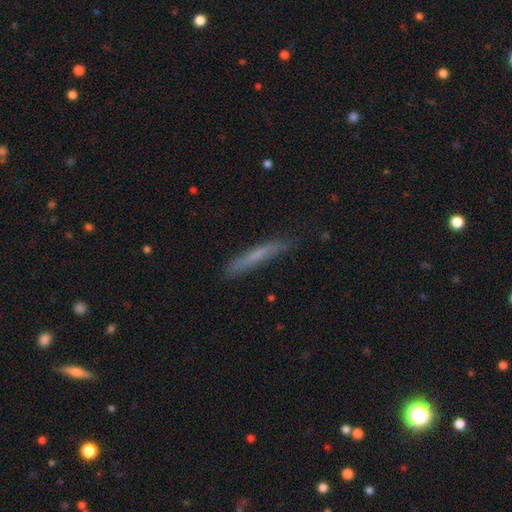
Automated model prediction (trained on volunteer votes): This appears to be a smooth galaxy with no disk features (63%) that is cigar-shaped (95%). Merging: none (79%).